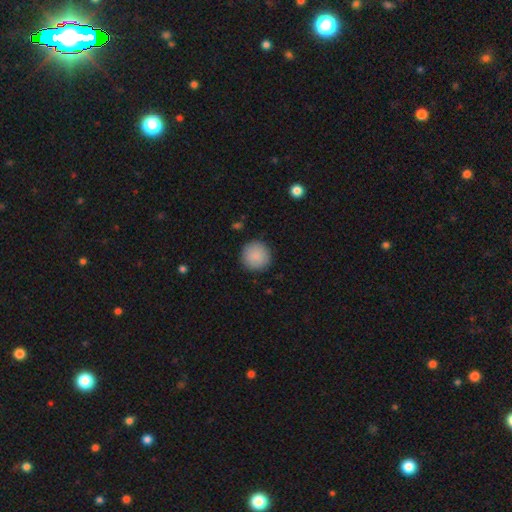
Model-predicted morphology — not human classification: smooth_or_featured: smooth (p=0.89) [alt: star or artifact p=0.07]
how_rounded: round (p=0.95) [alt: in between p=0.04]
merging: none (p=0.90) [alt: minor disturbance p=0.07]